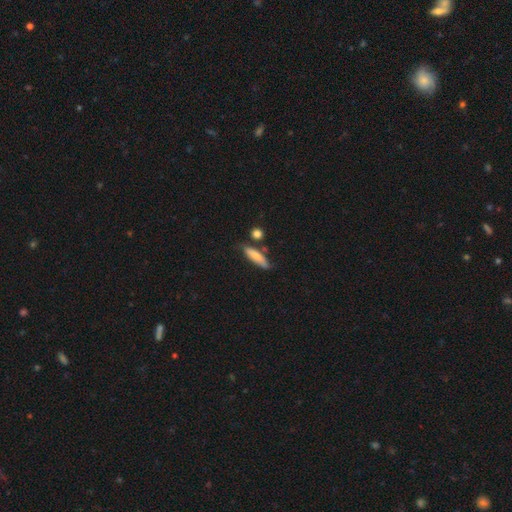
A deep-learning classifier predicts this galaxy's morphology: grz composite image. It shows a smooth galaxy with no disk features (74%) that is cigar-shaped (66%). Merging: none (65%).